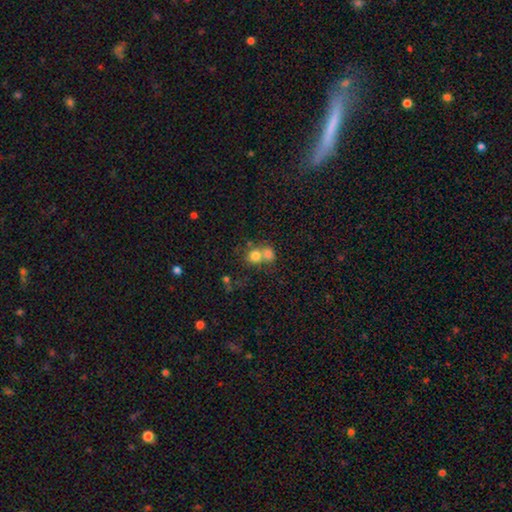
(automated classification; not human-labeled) This is likely a smooth galaxy (75%). How rounded: likely round (79%). Merging: possibly merger (58%).